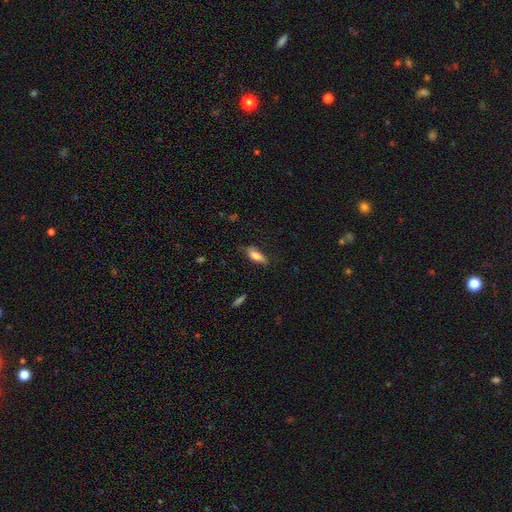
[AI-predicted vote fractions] smooth-or-featured: smooth: 75% | featured or disk: 18% | star or artifact: 7%
  how-rounded: in between: 65% | cigar-shaped: 32% | round: 2%
  merging: none: 74% | minor disturbance: 20% | major disturbance: 5% | merger: 1%